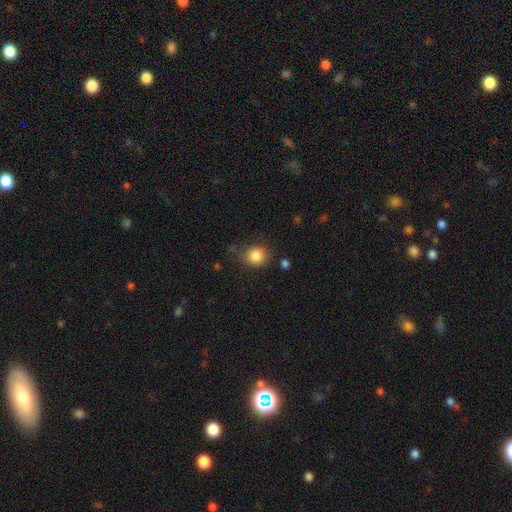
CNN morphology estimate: Smooth or featured? smooth (85%)
How rounded? round (84%)
Merging? none (67%)